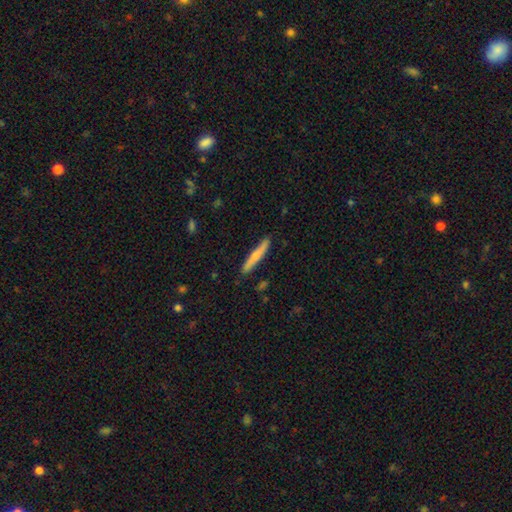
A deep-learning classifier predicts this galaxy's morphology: This is likely a smooth galaxy (64%). How rounded: clearly cigar-shaped (94%). Merging: clearly none (87%).